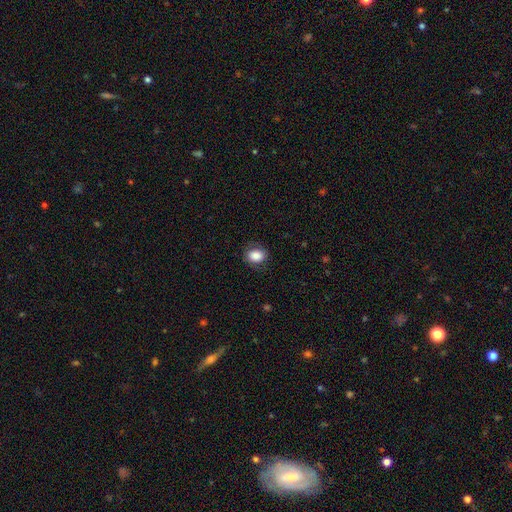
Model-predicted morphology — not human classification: smooth_or_featured: smooth (p=0.83) [alt: featured or disk p=0.09]
how_rounded: in between (p=0.53) [alt: round p=0.46]
merging: none (p=0.80) [alt: minor disturbance p=0.14]